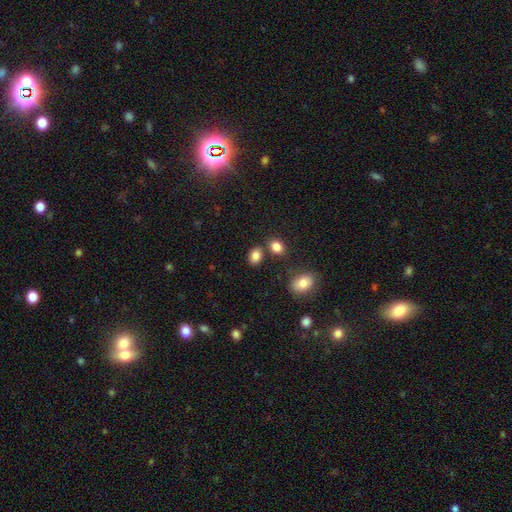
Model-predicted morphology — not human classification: smooth-or-featured: smooth: 85% | star or artifact: 10% | featured or disk: 5%
  how-rounded: in between: 70% | round: 28% | cigar-shaped: 1%
  merging: none: 73% | merger: 13% | minor disturbance: 11% | major disturbance: 3%